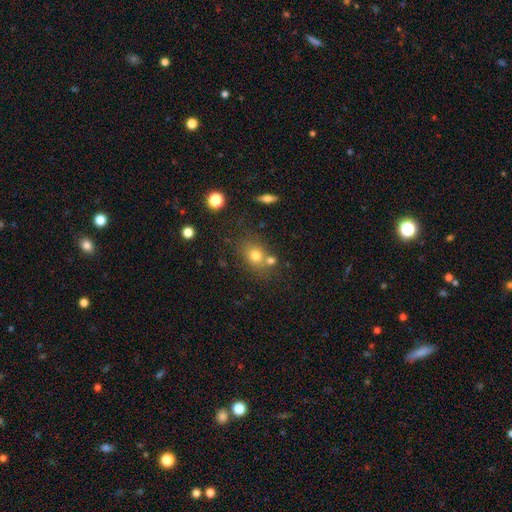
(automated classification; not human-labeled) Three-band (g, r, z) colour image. It shows a smooth galaxy with no disk features (72%) that is round (57%). Merging: none (60%).